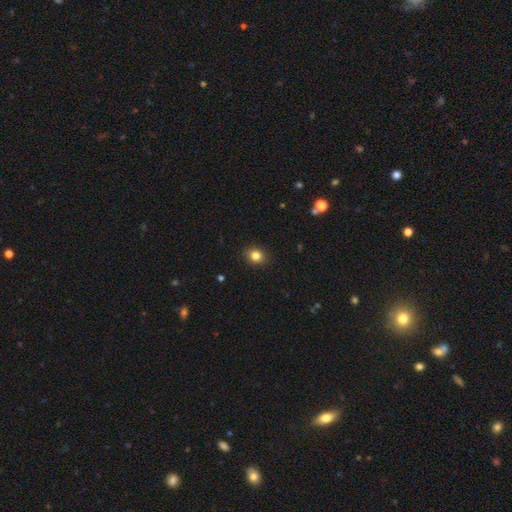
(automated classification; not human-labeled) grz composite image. It shows a smooth galaxy with no disk features (83%) that is round (67%). Merging: none (90%).